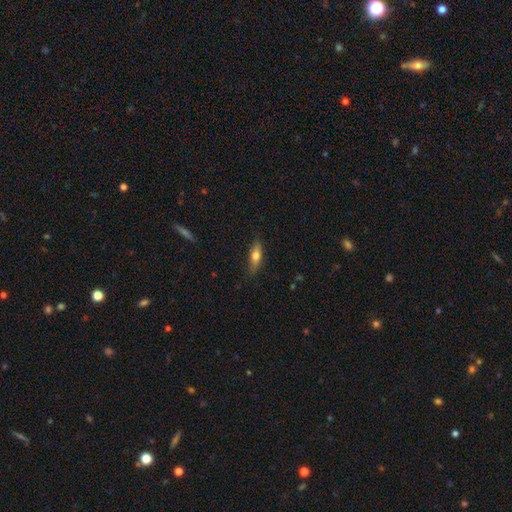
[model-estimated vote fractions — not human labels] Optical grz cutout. It shows a smooth galaxy with no disk features (68%) that is in between round and cigar-shaped (52%). Merging: none (79%).